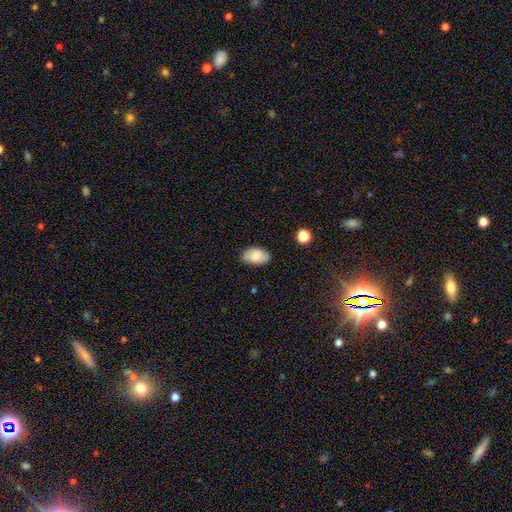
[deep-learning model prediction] Smooth or featured? Predicted: smooth (p=0.80). How rounded? Predicted: in between (p=0.93). Merging? Predicted: none (p=0.82).